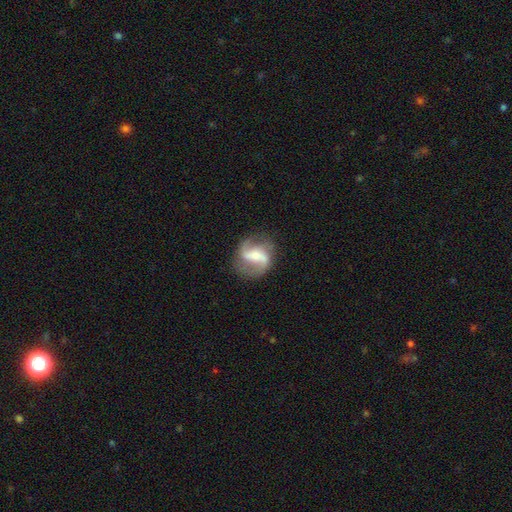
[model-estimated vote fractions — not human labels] A featured or disk galaxy (80%) with a strong bar (39%, tied with weak), 2 (88%) loose (53%) spiral arms (93%) and a moderate central bulge (42%). Merging: none (76%).